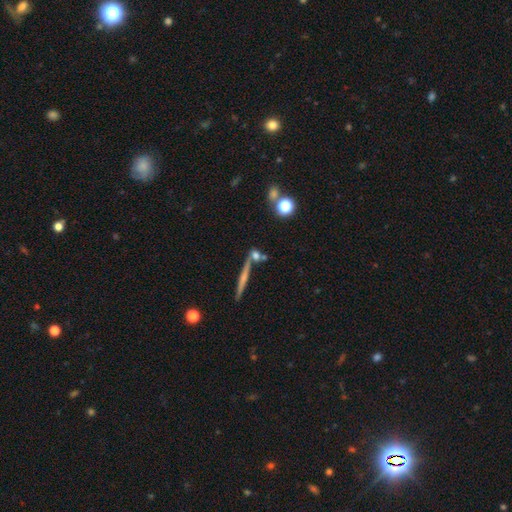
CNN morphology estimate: smooth_or_featured: smooth (p=0.56) [alt: featured or disk p=0.29]
how_rounded: round (p=0.44) [alt: cigar-shaped p=0.31]
merging: none (p=0.57) [alt: merger p=0.27]